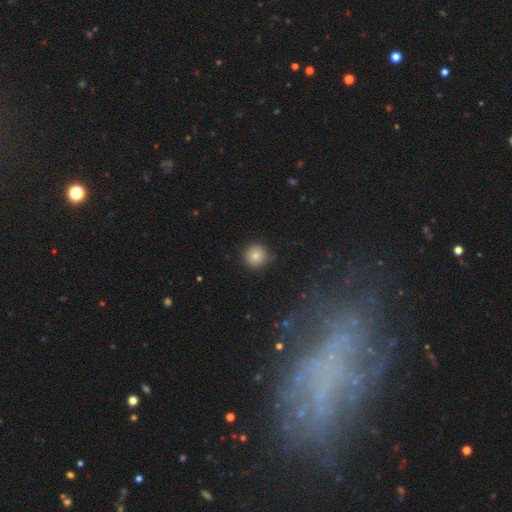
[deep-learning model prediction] smooth 81%, star or artifact 11%, featured or disk 8%. Down the decision tree: how rounded — round (95%); merging — none (88%).